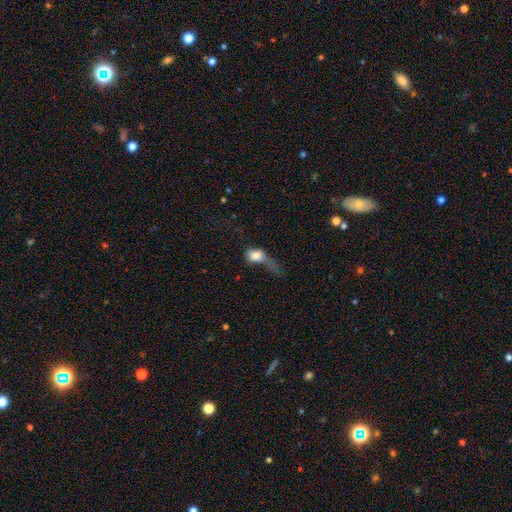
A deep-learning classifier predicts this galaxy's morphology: The model was most divided on "how rounded": in between: 58%, round: 37%, cigar-shaped: 4%. More confident: smooth or featured — smooth (73%); merging — major disturbance (59%).